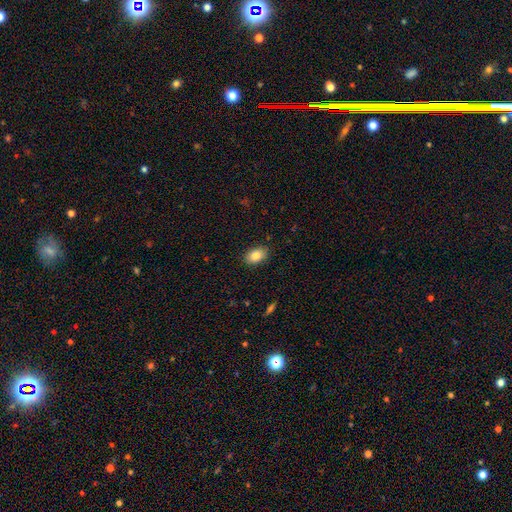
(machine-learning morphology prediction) smooth 86%, star or artifact 8%, featured or disk 6%. Down the decision tree: how rounded — in between (88%); merging — none (87%).